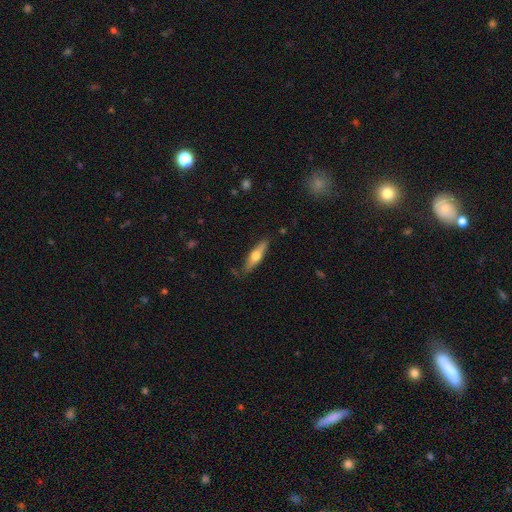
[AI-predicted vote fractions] Smooth or featured?
  - featured or disk: 48% *
  - smooth: 46%
  - star or artifact: 6%
Merging?
  - none: 82% *
  - minor disturbance: 13%
  - major disturbance: 3%
  - merger: 2%